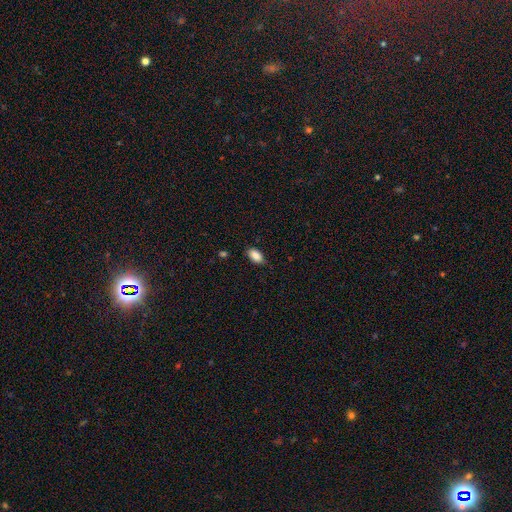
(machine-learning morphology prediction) A smooth galaxy with no disk features (87%) that is in between round and cigar-shaped (93%). Merging: none (82%).